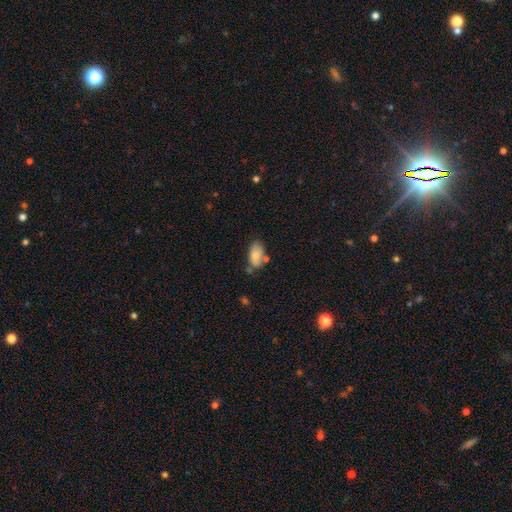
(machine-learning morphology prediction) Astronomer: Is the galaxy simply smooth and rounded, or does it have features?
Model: smooth — 76%.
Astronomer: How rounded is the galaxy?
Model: in between — 92%.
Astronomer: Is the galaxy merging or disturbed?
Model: none — 55%.